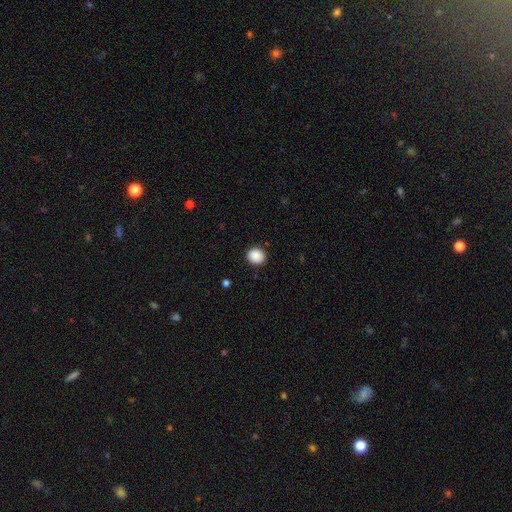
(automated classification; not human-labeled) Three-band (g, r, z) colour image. It shows a smooth galaxy with no disk features (89%) that is round (79%). Merging: none (90%).